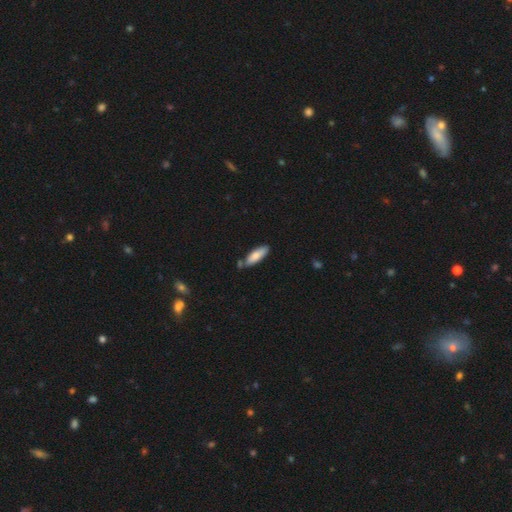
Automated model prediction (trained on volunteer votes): A smooth galaxy with no disk features (79%) that is in between round and cigar-shaped (53%).

Vote fractions:
- Smooth or featured? smooth: 79% / featured or disk: 16% / star or artifact: 6%
- How rounded? in between: 53% / cigar-shaped: 46% / round: 2%
- Merging? none: 71% / minor disturbance: 18% / merger: 8% / major disturbance: 3%